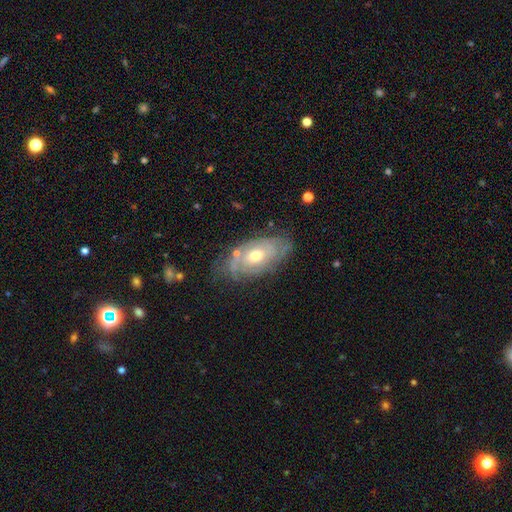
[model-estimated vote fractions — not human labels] Q: Smooth or featured?
A: featured or disk (70%); runner-up: smooth (24%)
Q: Edge-on disk?
A: no (92%); runner-up: yes (8%)
Q: Bar?
A: no (77%); runner-up: weak (19%)
Q: Spiral arms?
A: yes (74%); runner-up: no (26%)
Q: Bulge size?
A: moderate (68%); runner-up: small (26%)
Q: Merging?
A: none (65%); runner-up: minor disturbance (23%)